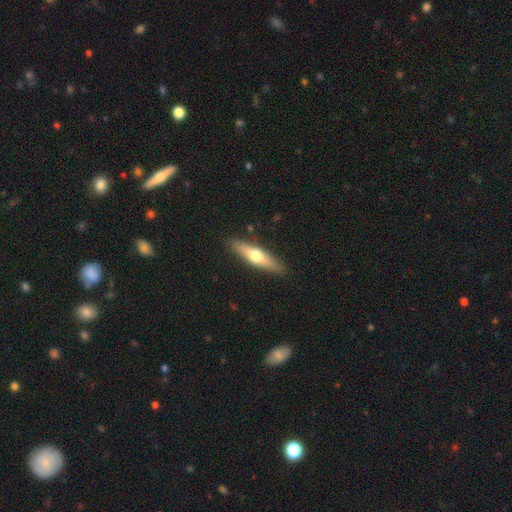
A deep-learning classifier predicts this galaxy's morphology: Smooth or featured? Predicted: smooth (p=0.50). Merging? Predicted: none (p=0.89).